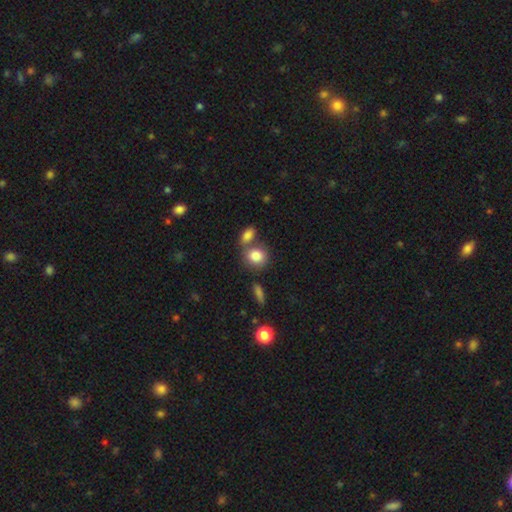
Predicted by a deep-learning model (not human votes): Smooth or featured?
  - smooth: 82% *
  - featured or disk: 9%
  - star or artifact: 9%
How rounded?
  - round: 60% *
  - in between: 39%
  - cigar-shaped: 2%
Merging?
  - none: 49% *
  - merger: 36%
  - minor disturbance: 11%
  - major disturbance: 4%